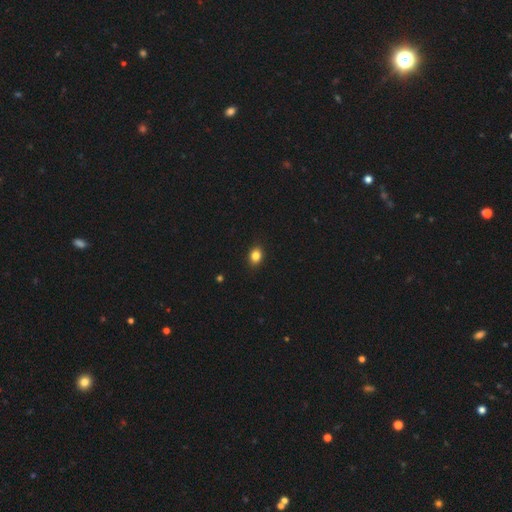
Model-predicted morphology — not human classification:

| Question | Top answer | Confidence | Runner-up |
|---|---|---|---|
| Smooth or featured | smooth | 84% | star or artifact (10%) |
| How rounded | in between | 63% | round (35%) |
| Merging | none | 89% | minor disturbance (8%) |